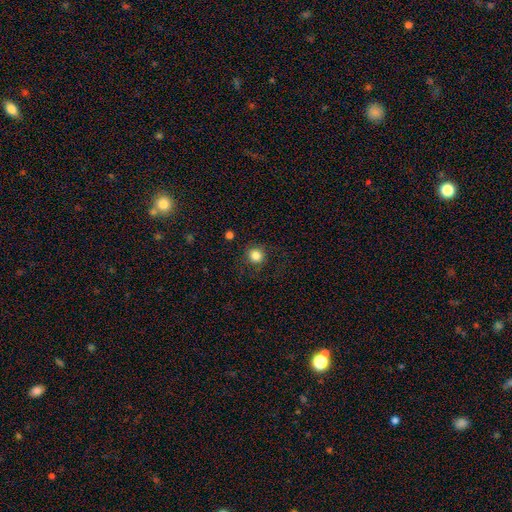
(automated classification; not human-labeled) smooth 83%, star or artifact 11%, featured or disk 6%. Down the decision tree: how rounded — round (93%); merging — none (84%).